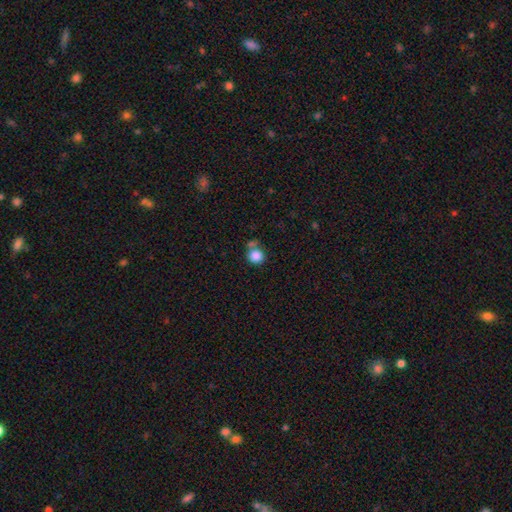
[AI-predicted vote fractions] Smooth or featured?
  - smooth: 85% *
  - star or artifact: 10%
  - featured or disk: 5%
How rounded?
  - round: 88% *
  - in between: 11%
  - cigar-shaped: 1%
Merging?
  - none: 58% *
  - merger: 25%
  - minor disturbance: 12%
  - major disturbance: 6%